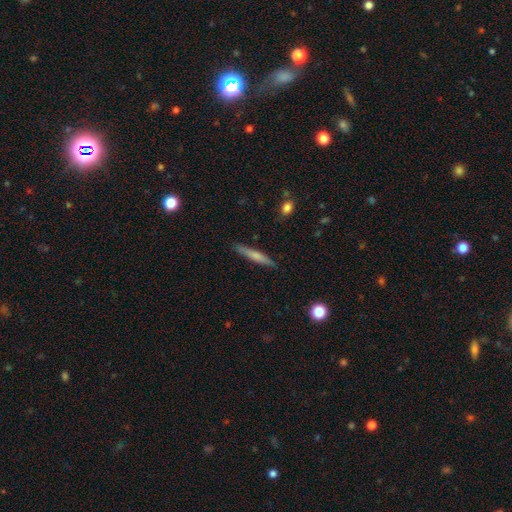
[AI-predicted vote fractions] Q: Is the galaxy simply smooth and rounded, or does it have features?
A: smooth — 64%.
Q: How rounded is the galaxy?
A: cigar-shaped — 93%.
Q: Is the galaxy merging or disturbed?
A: none — 87%.